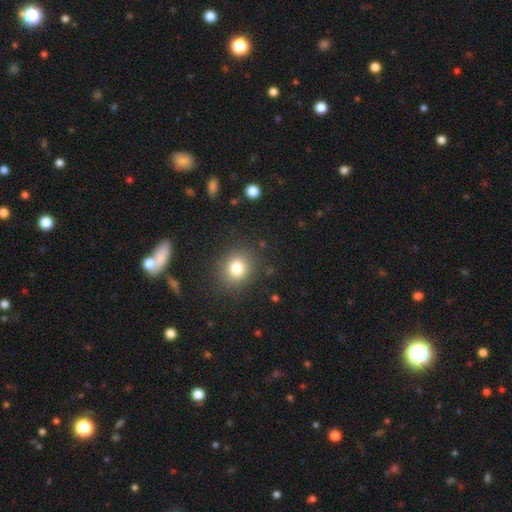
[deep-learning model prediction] Q: Smooth or featured?
A: smooth (64%); runner-up: star or artifact (28%)
Q: How rounded?
A: round (83%); runner-up: in between (15%)
Q: Merging?
A: none (88%); runner-up: minor disturbance (7%)